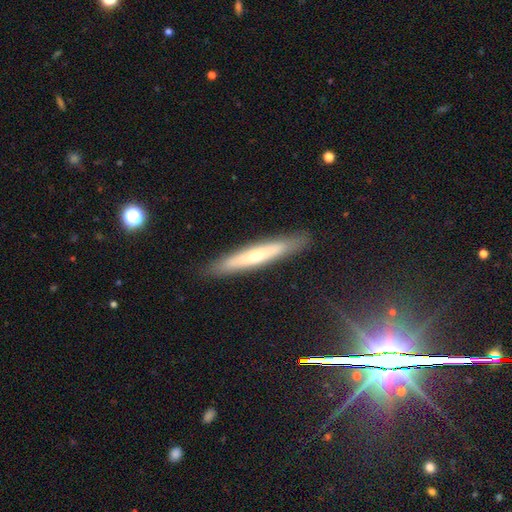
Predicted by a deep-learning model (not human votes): Smooth or featured? Predicted: smooth (p=0.47). Merging? Predicted: none (p=0.89).